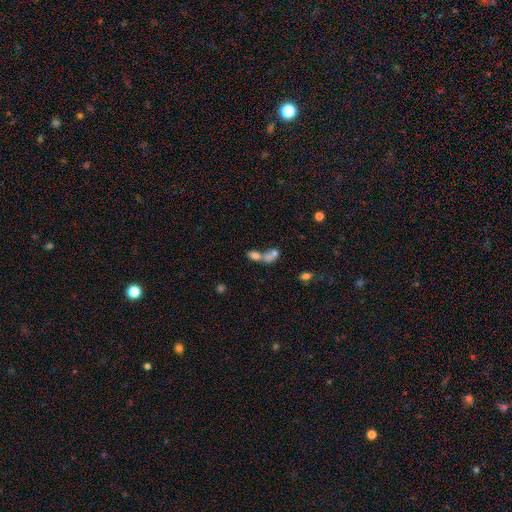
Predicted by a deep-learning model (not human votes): Smooth or featured? smooth (50%)
Merging? merger (49%)